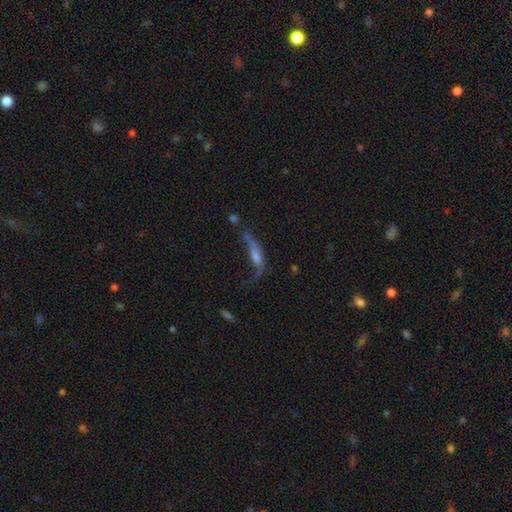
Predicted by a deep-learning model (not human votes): This is possibly a featured or disk galaxy (53%). It is possibly not viewed edge-on (52%). Merging: marginally major disturbance (41%).